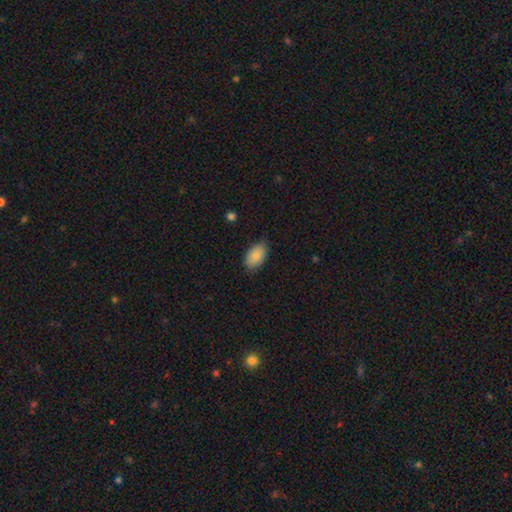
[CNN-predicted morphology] Q: Smooth or featured?
A: smooth (85%); runner-up: featured or disk (8%)
Q: How rounded?
A: in between (93%); runner-up: round (5%)
Q: Merging?
A: none (81%); runner-up: minor disturbance (16%)